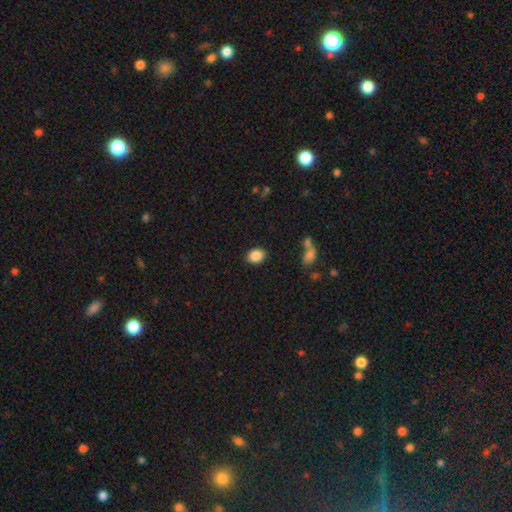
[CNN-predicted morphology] A smooth galaxy with no disk features (87%) that is in between round and cigar-shaped (56%). Merging: none (87%).